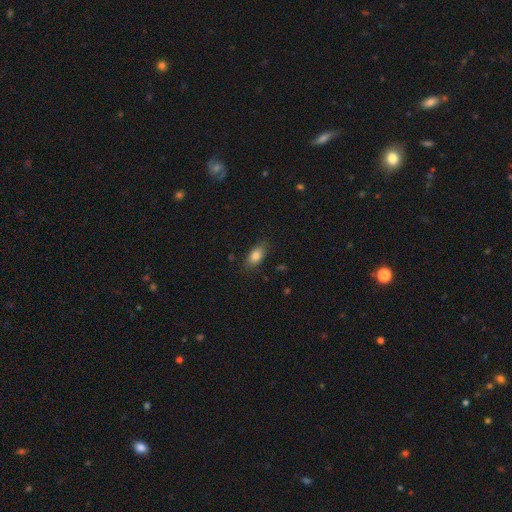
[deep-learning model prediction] smooth-or-featured: smooth: 83% | featured or disk: 9% | star or artifact: 8%
  how-rounded: in between: 88% | round: 6% | cigar-shaped: 6%
  merging: none: 82% | minor disturbance: 14% | major disturbance: 3% | merger: 1%